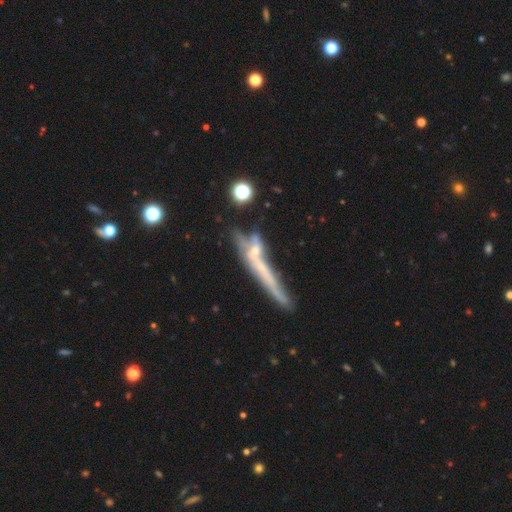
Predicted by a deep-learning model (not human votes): Q: Smooth or featured?
A: featured or disk (58%); runner-up: smooth (32%)
Q: Edge-on disk?
A: yes (78%); runner-up: no (22%)
Q: Merging?
A: none (39%); runner-up: merger (29%)